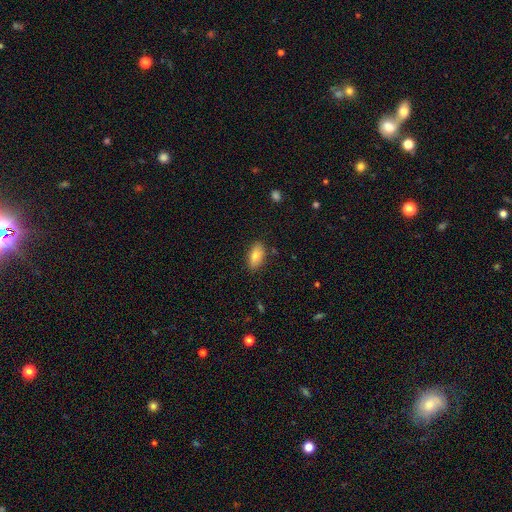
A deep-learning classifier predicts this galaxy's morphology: Overall: smooth (81%). How rounded: in between (89%). Merging: none (83%).